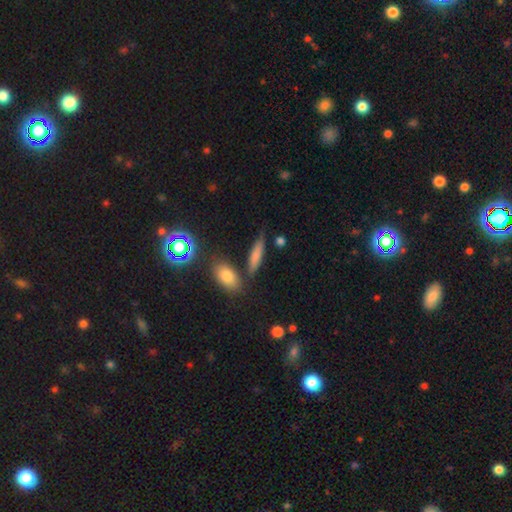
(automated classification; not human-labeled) A smooth galaxy with no disk features (73%) that is cigar-shaped (63%). Merging: none (72%).